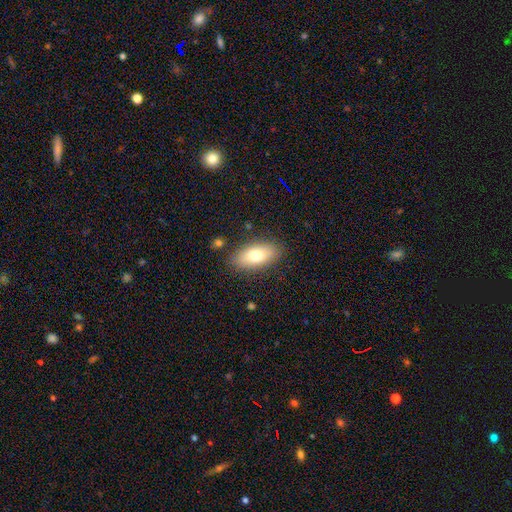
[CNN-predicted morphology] This appears to be a smooth galaxy with no disk features (74%) that is in between round and cigar-shaped (86%). Merging: none (84%).